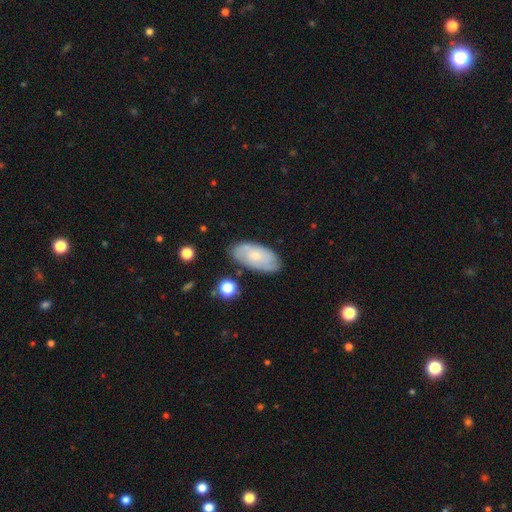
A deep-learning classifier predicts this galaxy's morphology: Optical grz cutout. It shows a featured or disk galaxy (47%, tied with smooth). Merging: none (76%).